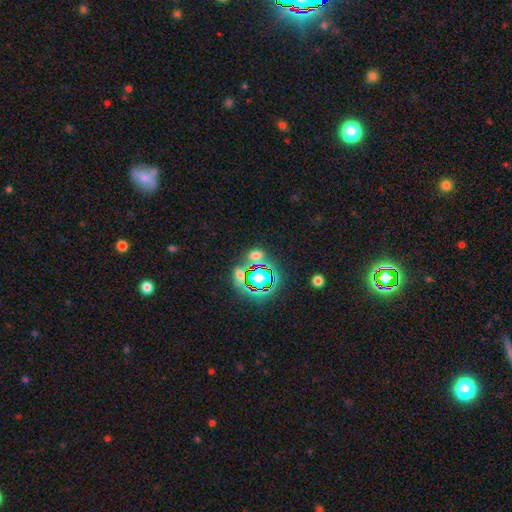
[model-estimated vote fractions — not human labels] smooth 47%, star or artifact 44%, featured or disk 9%. Down the decision tree: merging — none (65%).